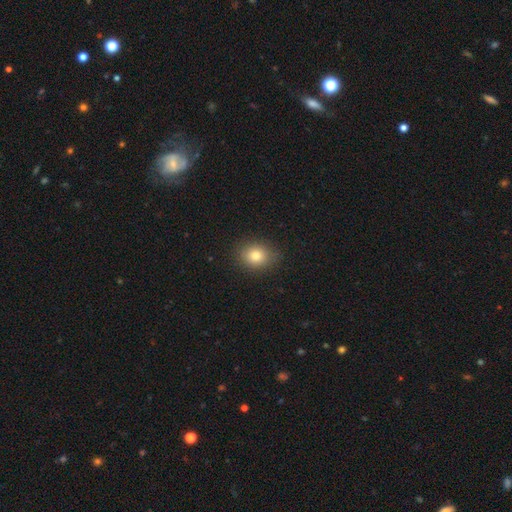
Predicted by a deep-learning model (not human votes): Q: Smooth or featured?
A: smooth (79%); runner-up: star or artifact (11%)
Q: How rounded?
A: round (53%); runner-up: in between (46%)
Q: Merging?
A: none (86%); runner-up: minor disturbance (10%)